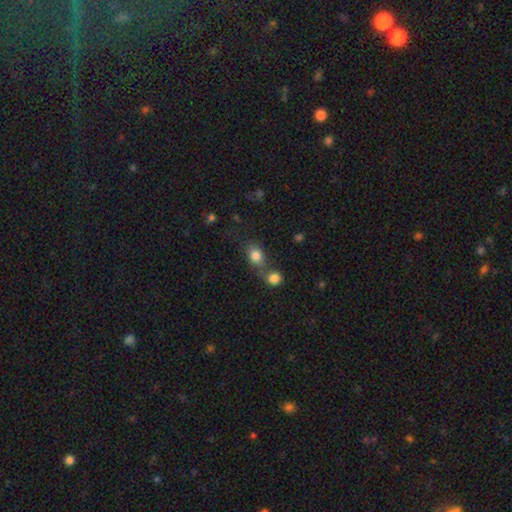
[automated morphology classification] The model was most divided on "merging" (2-way tie): none: 42%, merger: 42%, minor disturbance: 11%, major disturbance: 5%. More confident: smooth or featured — smooth (82%); how rounded — in between (58%).